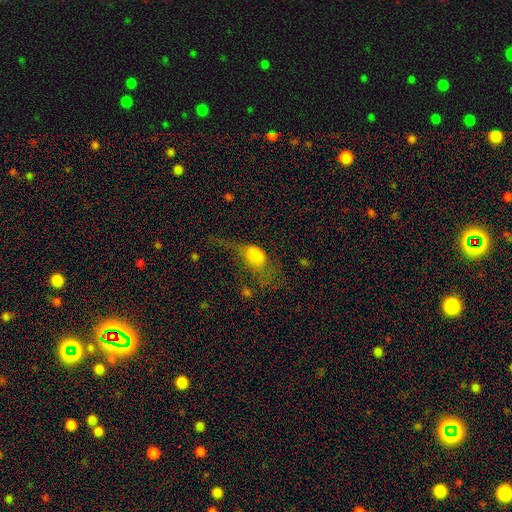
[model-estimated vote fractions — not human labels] Morphology: type=smooth (65%); roundness=in between (76%); merging=major disturbance (58%).